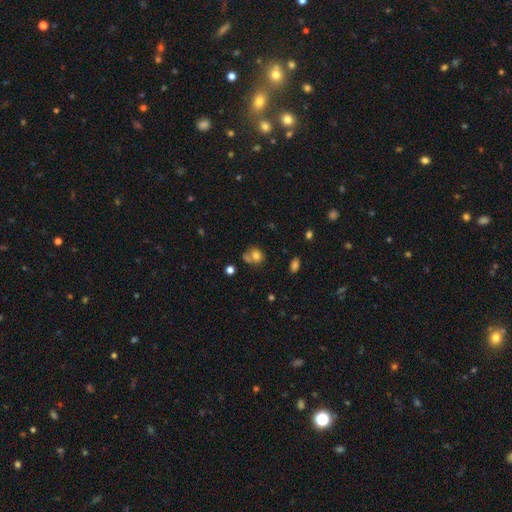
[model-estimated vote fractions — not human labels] A smooth galaxy with no disk features (71%) that is round (56%).

Vote fractions:
- Smooth or featured? smooth: 71% / featured or disk: 17% / star or artifact: 12%
- How rounded? round: 56% / in between: 42% / cigar-shaped: 1%
- Merging? none: 42% / merger: 22% / minor disturbance: 20% / major disturbance: 16%